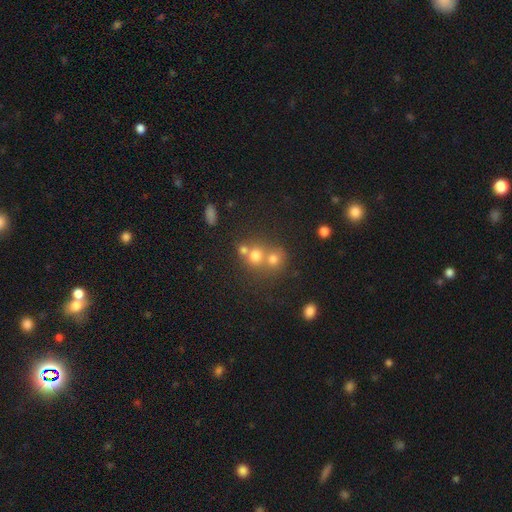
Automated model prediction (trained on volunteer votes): A smooth galaxy with no disk features (70%) that is round (82%).

Vote fractions:
- Smooth or featured? smooth: 70% / star or artifact: 17% / featured or disk: 13%
- How rounded? round: 82% / in between: 17% / cigar-shaped: 1%
- Merging? merger: 49% / none: 40% / minor disturbance: 7% / major disturbance: 4%